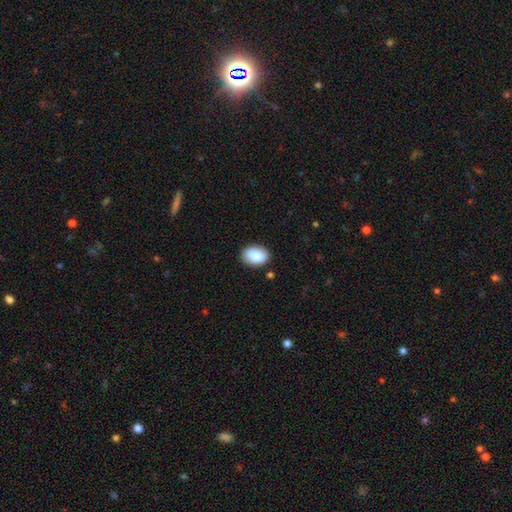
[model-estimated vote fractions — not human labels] Overall: smooth (90%). How rounded: in between (84%). Merging: none (86%).